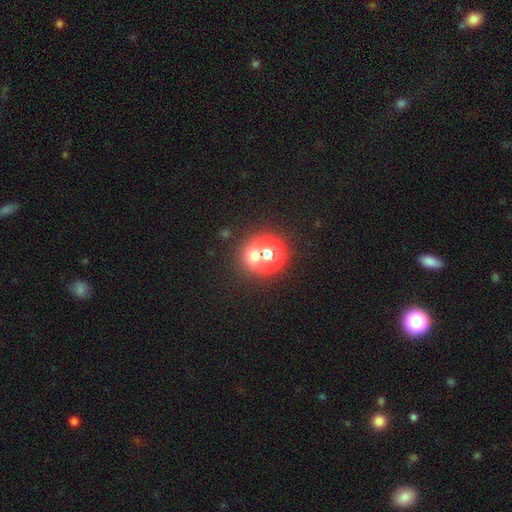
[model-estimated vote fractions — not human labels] This appears to be a smooth galaxy with no disk features (47%). Merging: none (60%).